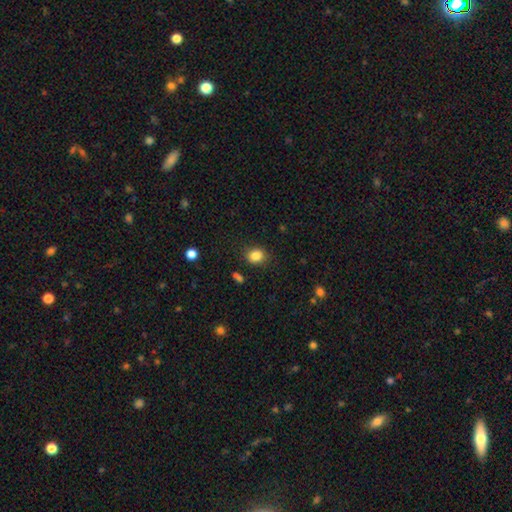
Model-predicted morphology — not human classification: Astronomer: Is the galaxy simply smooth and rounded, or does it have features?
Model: smooth — 85%.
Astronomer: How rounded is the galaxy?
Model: round — 64%.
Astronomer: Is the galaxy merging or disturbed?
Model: none — 84%.